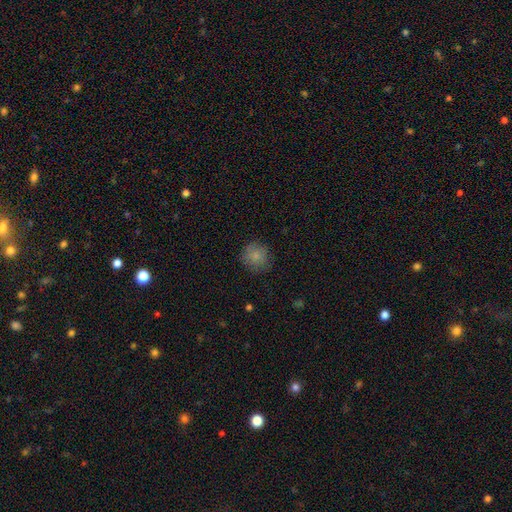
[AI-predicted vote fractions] A smooth galaxy with no disk features (84%) that is round (90%).

Vote fractions:
- Smooth or featured? smooth: 84% / star or artifact: 9% / featured or disk: 8%
- How rounded? round: 90% / in between: 9% / cigar-shaped: 1%
- Merging? none: 82% / minor disturbance: 14% / major disturbance: 4% / merger: 1%